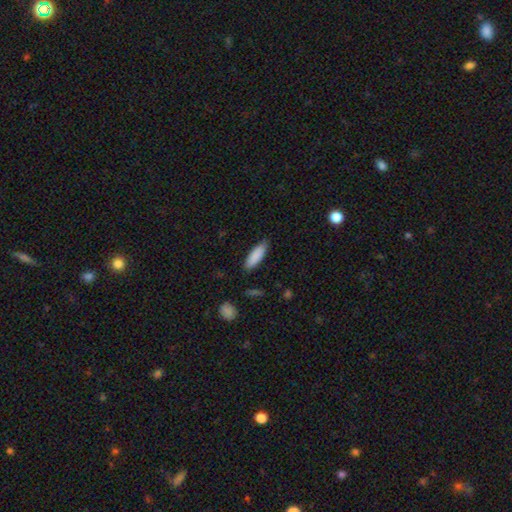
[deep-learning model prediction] Smooth or featured? smooth (87%)
How rounded? in between (56%)
Merging? none (84%)